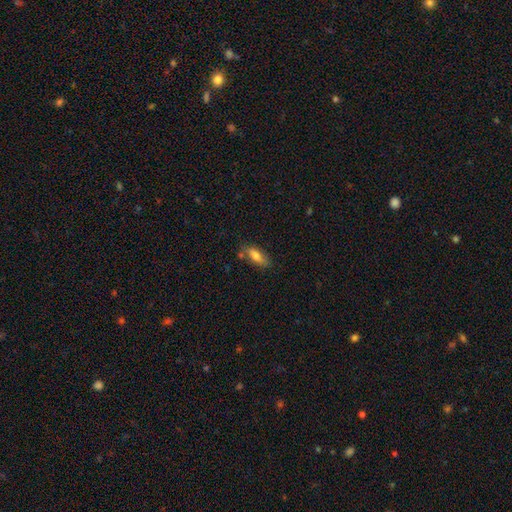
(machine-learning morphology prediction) smooth 72%, featured or disk 21%, star or artifact 7%. Down the decision tree: how rounded — in between (77%); merging — none (68%).